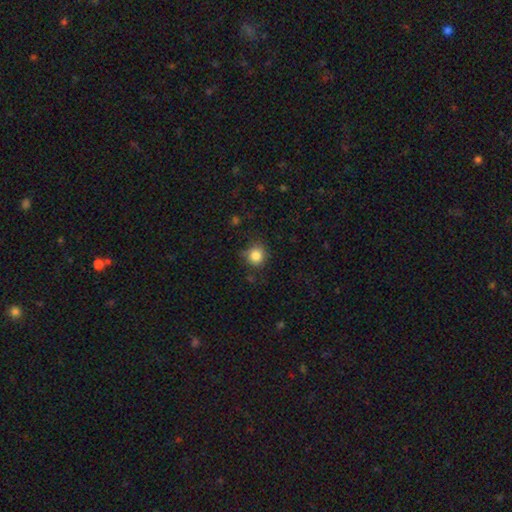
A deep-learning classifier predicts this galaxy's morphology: The model was most divided on "merging": none: 78%, minor disturbance: 16%, major disturbance: 4%, merger: 2%. More confident: how rounded — round (90%); smooth or featured — smooth (85%).